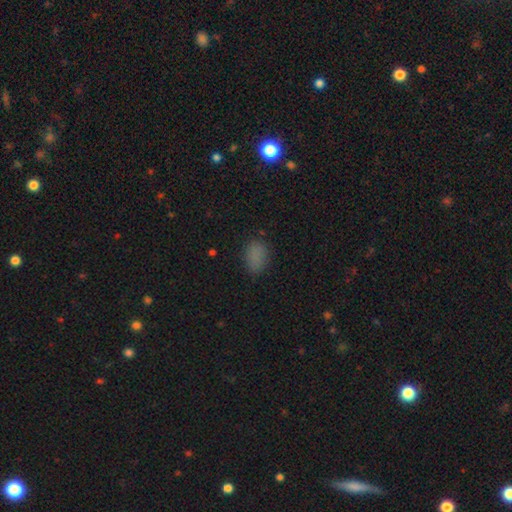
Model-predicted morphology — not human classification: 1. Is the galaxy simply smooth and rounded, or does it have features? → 80% smooth, 14% star or artifact, 5% featured or disk.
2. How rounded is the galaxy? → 85% in between, 13% round, 2% cigar-shaped.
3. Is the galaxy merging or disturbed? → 78% none, 16% minor disturbance, 4% major disturbance, 1% merger.